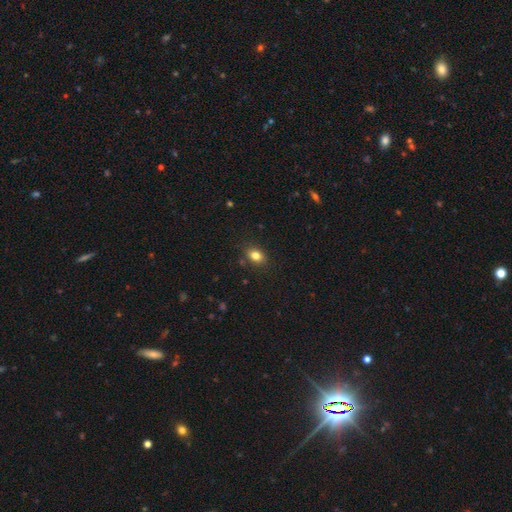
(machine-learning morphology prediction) A smooth galaxy with no disk features (82%) that is in between round and cigar-shaped (67%).

Vote fractions:
- Smooth or featured? smooth: 82% / star or artifact: 11% / featured or disk: 7%
- How rounded? in between: 67% / round: 32% / cigar-shaped: 1%
- Merging? none: 84% / minor disturbance: 11% / major disturbance: 3% / merger: 2%